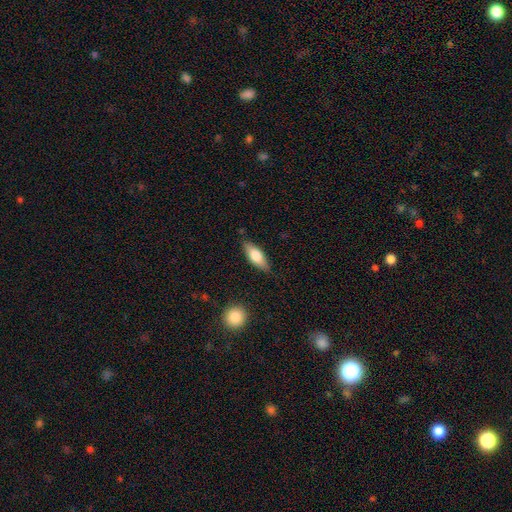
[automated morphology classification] This is likely a smooth galaxy (70%). How rounded: likely in between (70%). Merging: clearly none (82%).